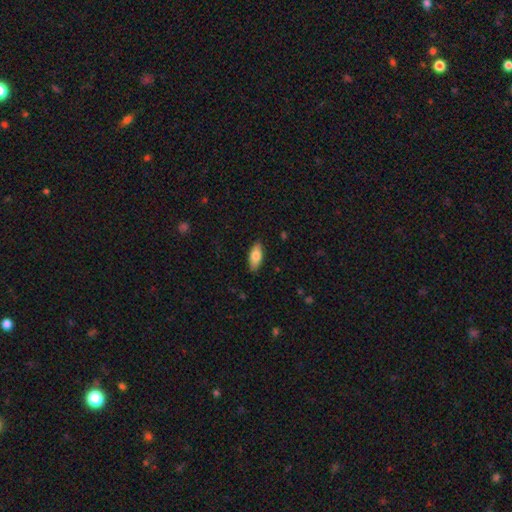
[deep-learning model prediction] Morphology: type=smooth (78%); roundness=in between (83%); merging=none (87%).